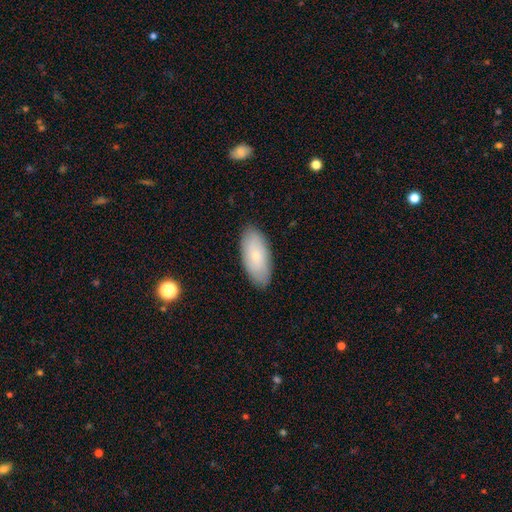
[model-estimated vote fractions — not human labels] The model was most divided on "smooth or featured": smooth: 70%, featured or disk: 23%, star or artifact: 7%. More confident: how rounded — in between (90%); merging — none (87%).